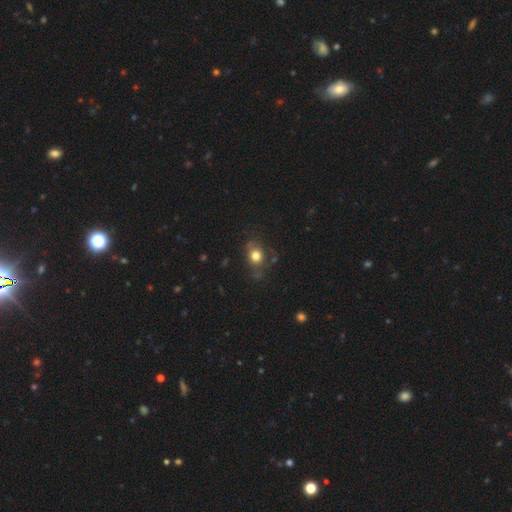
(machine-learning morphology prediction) The model was most divided on "how rounded": round: 61%, in between: 37%, cigar-shaped: 1%. More confident: smooth or featured — smooth (73%); merging — none (64%).